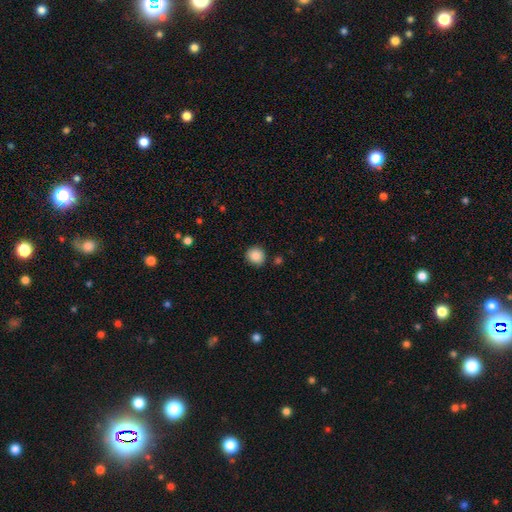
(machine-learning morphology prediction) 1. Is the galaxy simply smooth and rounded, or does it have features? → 88% smooth, 9% star or artifact, 3% featured or disk.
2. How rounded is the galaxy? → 87% round, 12% in between, 1% cigar-shaped.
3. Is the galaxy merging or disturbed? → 87% none, 9% minor disturbance, 2% merger, 2% major disturbance.